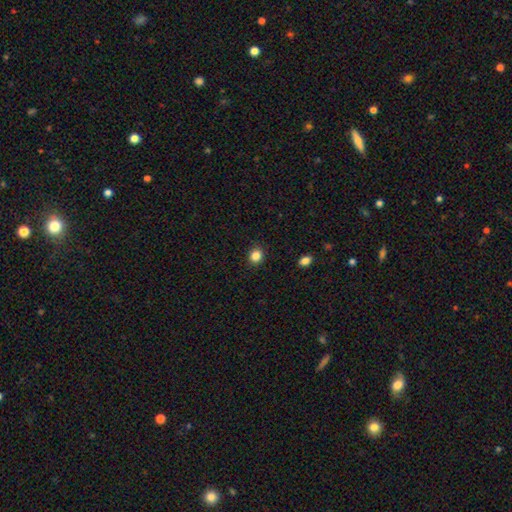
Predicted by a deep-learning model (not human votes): smooth 84%, star or artifact 11%, featured or disk 4%. Down the decision tree: how rounded — round (76%); merging — none (90%).